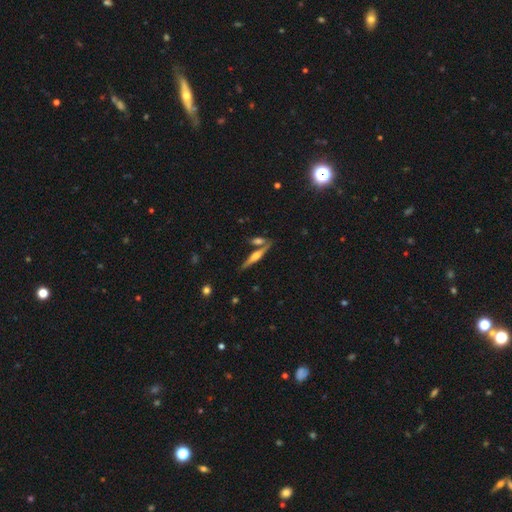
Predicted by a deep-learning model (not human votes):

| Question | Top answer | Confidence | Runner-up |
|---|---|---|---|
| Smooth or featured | featured or disk | 70% | smooth (23%) |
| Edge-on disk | yes | 97% | no (3%) |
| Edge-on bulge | rounded | 84% | boxy (11%) |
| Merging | none | 73% | merger (15%) |